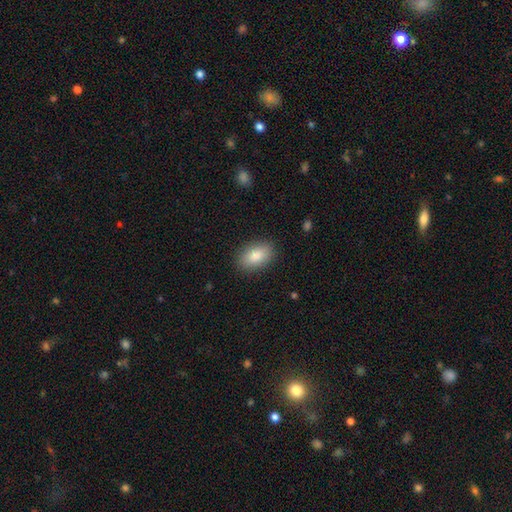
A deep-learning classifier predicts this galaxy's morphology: Smooth or featured?
  - smooth: 86% *
  - featured or disk: 7%
  - star or artifact: 7%
How rounded?
  - in between: 92% *
  - round: 7%
  - cigar-shaped: 2%
Merging?
  - none: 87% *
  - minor disturbance: 9%
  - major disturbance: 3%
  - merger: 1%